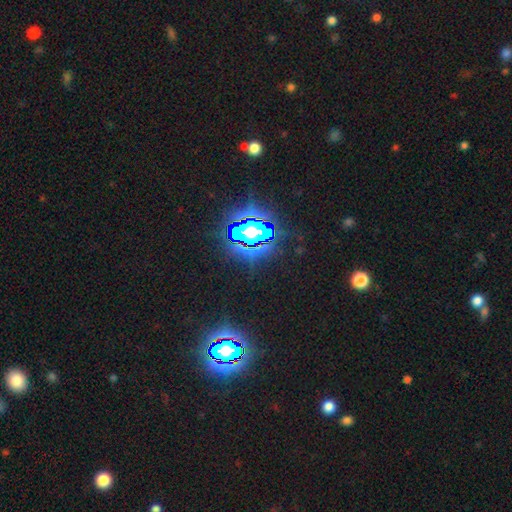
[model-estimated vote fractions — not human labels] Morphology: type=star or artifact (82%).